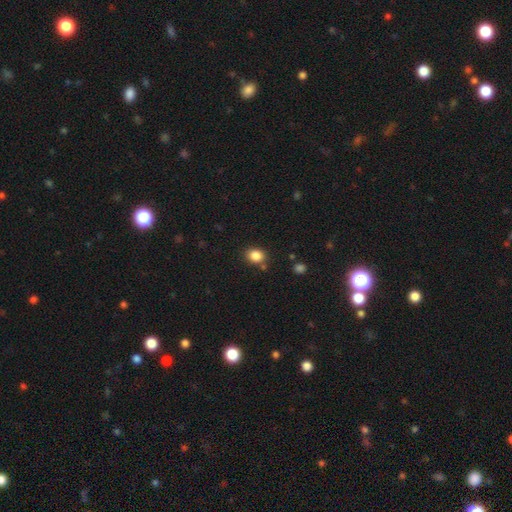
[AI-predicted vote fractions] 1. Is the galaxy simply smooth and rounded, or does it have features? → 86% smooth, 10% star or artifact, 4% featured or disk.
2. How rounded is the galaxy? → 52% round, 47% in between, 1% cigar-shaped.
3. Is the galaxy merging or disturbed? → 80% none, 12% minor disturbance, 6% merger, 3% major disturbance.